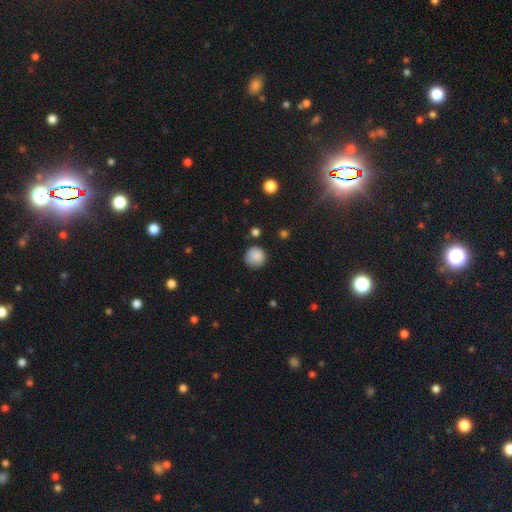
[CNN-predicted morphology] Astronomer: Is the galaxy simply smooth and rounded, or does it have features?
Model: smooth — 86%.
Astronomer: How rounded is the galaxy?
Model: round — 94%.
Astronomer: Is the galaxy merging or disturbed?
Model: none — 82%.